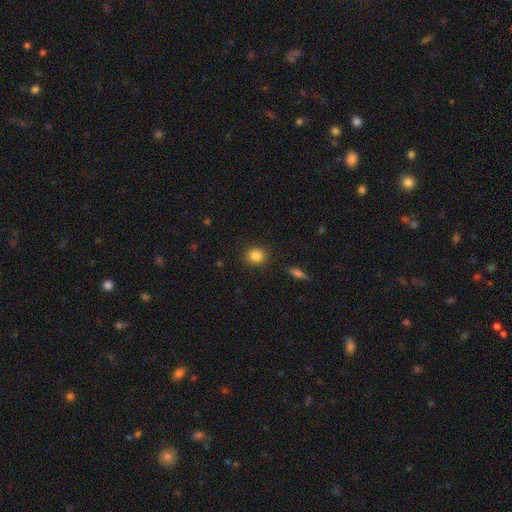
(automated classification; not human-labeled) Morphology: type=smooth (85%); roundness=round (78%); merging=none (89%).